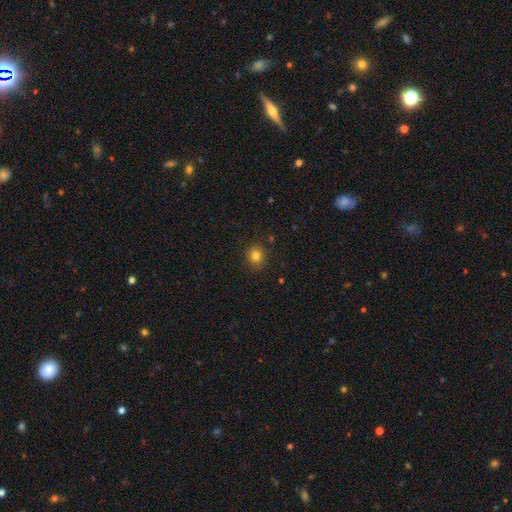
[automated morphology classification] Q: Smooth or featured?
A: smooth (81%); runner-up: star or artifact (13%)
Q: How rounded?
A: round (76%); runner-up: in between (23%)
Q: Merging?
A: none (87%); runner-up: minor disturbance (9%)